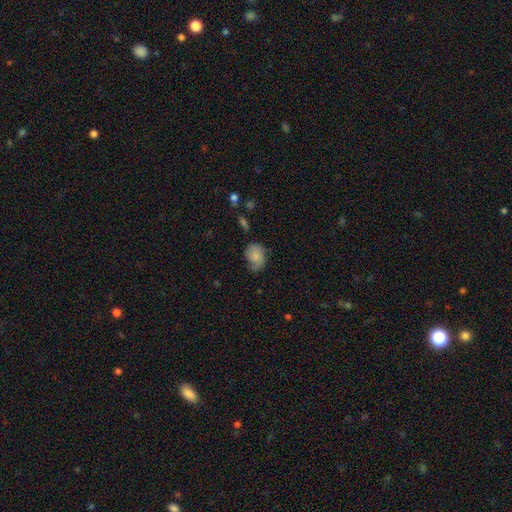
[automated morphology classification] A smooth galaxy with no disk features (71%) that is in between round and cigar-shaped (61%).

Vote fractions:
- Smooth or featured? smooth: 71% / featured or disk: 21% / star or artifact: 8%
- How rounded? in between: 61% / round: 38% / cigar-shaped: 1%
- Merging? none: 48% / minor disturbance: 35% / major disturbance: 14% / merger: 3%